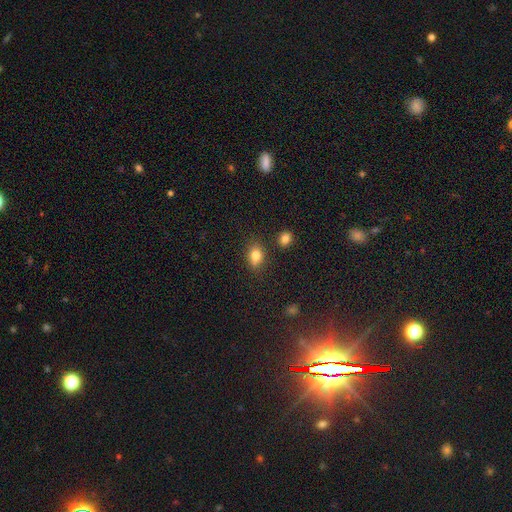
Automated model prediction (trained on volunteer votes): This is clearly a smooth galaxy (81%). How rounded: likely in between (67%). Merging: likely none (76%).